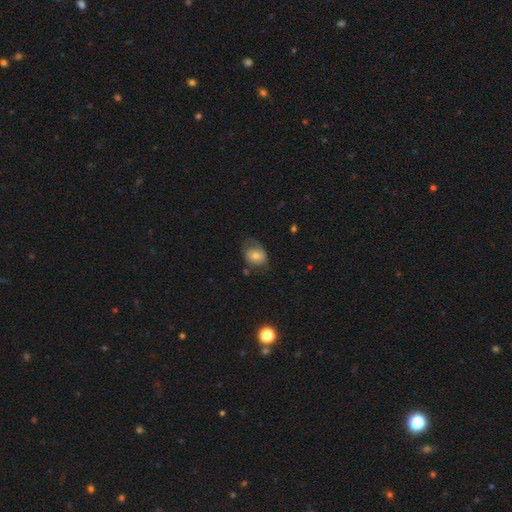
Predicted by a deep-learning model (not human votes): smooth 62%, featured or disk 30%, star or artifact 9%. Down the decision tree: how rounded — in between (52%); merging — none (42%).